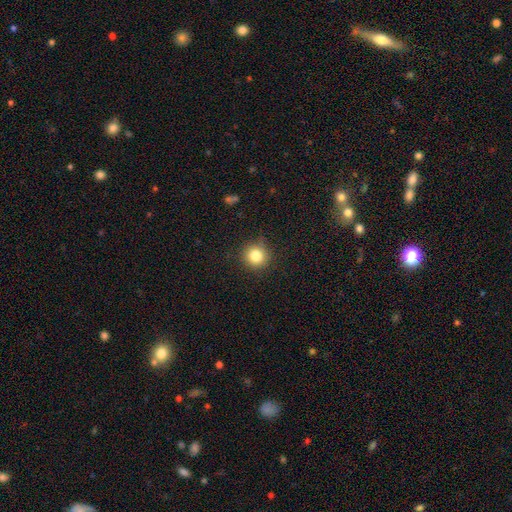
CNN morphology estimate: This is clearly a smooth galaxy (82%). How rounded: clearly round (93%). Merging: clearly none (87%).